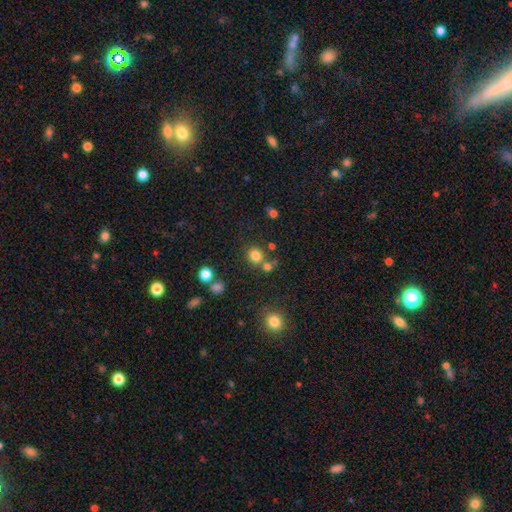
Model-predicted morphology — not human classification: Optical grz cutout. It shows a smooth galaxy with no disk features (79%) that is round (84%). Merging: none (70%).